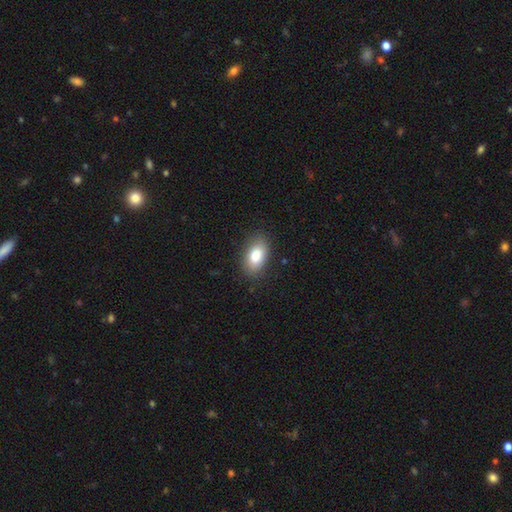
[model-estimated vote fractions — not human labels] A smooth galaxy with no disk features (84%) that is in between round and cigar-shaped (92%).

Vote fractions:
- Smooth or featured? smooth: 84% / featured or disk: 9% / star or artifact: 7%
- How rounded? in between: 92% / round: 6% / cigar-shaped: 3%
- Merging? none: 83% / minor disturbance: 12% / major disturbance: 3% / merger: 1%